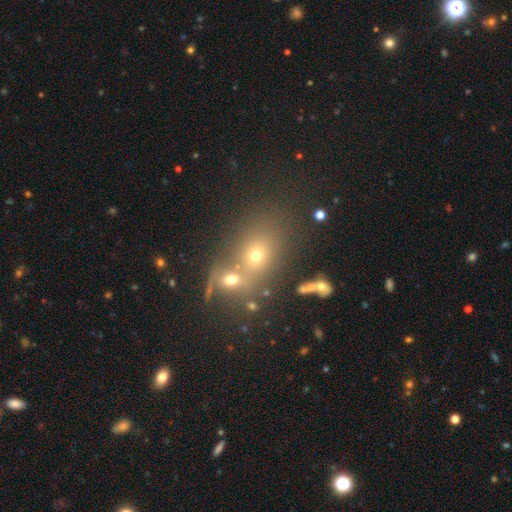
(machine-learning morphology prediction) A smooth galaxy with no disk features (62%) that is in between round and cigar-shaped (51%).

Vote fractions:
- Smooth or featured? smooth: 62% / star or artifact: 21% / featured or disk: 17%
- How rounded? in between: 51% / round: 47% / cigar-shaped: 2%
- Merging? none: 43% / merger: 42% / minor disturbance: 9% / major disturbance: 6%